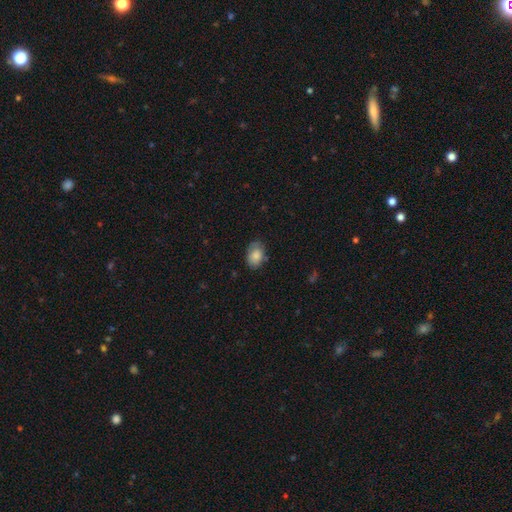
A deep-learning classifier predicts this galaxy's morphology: A smooth galaxy with no disk features (80%) that is in between round and cigar-shaped (84%).

Vote fractions:
- Smooth or featured? smooth: 80% / featured or disk: 13% / star or artifact: 7%
- How rounded? in between: 84% / round: 15% / cigar-shaped: 1%
- Merging? none: 71% / minor disturbance: 23% / major disturbance: 5% / merger: 2%